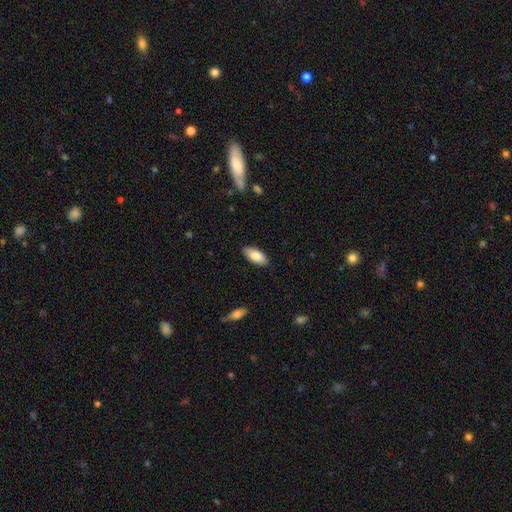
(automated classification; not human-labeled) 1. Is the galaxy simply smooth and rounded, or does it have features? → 83% smooth, 11% featured or disk, 6% star or artifact.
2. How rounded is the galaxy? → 90% in between, 8% cigar-shaped, 2% round.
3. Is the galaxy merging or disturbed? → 87% none, 10% minor disturbance, 2% major disturbance, 1% merger.